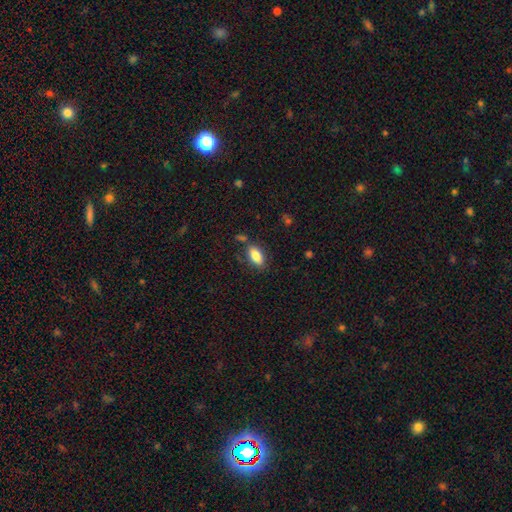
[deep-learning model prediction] Smooth or featured? Predicted: smooth (p=0.83). How rounded? Predicted: in between (p=0.90). Merging? Predicted: none (p=0.77).